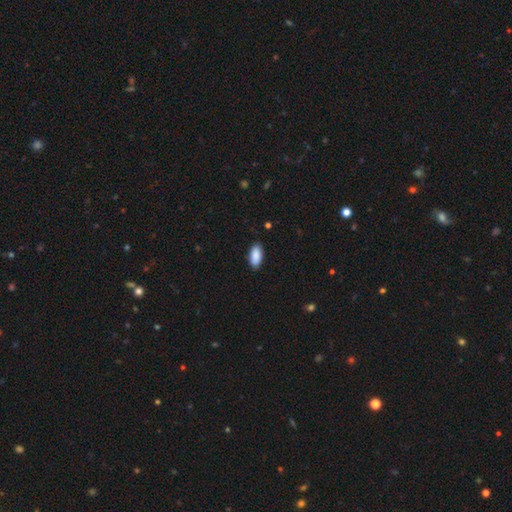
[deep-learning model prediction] Q: Smooth or featured?
A: smooth (90%); runner-up: star or artifact (6%)
Q: How rounded?
A: in between (91%); runner-up: cigar-shaped (7%)
Q: Merging?
A: none (87%); runner-up: minor disturbance (10%)